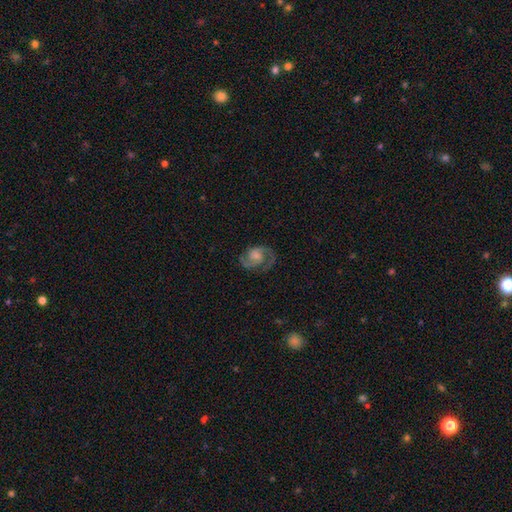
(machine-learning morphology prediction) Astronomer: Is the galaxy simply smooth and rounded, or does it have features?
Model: featured or disk — 85%.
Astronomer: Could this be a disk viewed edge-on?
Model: no — 98%.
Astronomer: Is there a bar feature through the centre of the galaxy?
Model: no — 58% (runner-up: weak, 36%).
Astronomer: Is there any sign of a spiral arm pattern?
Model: yes — 96%.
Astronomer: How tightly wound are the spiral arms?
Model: medium — 57%.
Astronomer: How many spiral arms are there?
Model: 2 — 90%.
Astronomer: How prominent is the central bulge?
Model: moderate — 36% (runner-up: small, 29%).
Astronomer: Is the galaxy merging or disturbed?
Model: none — 75%.